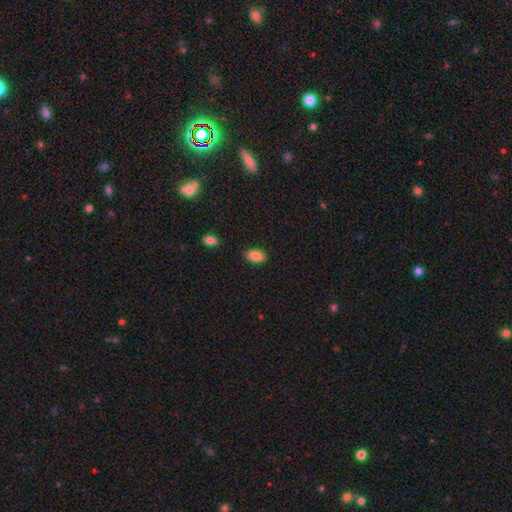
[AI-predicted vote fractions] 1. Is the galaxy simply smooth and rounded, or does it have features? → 87% smooth, 8% star or artifact, 5% featured or disk.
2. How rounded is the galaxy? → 91% in between, 7% round, 2% cigar-shaped.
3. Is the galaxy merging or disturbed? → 85% none, 11% minor disturbance, 2% major disturbance, 2% merger.